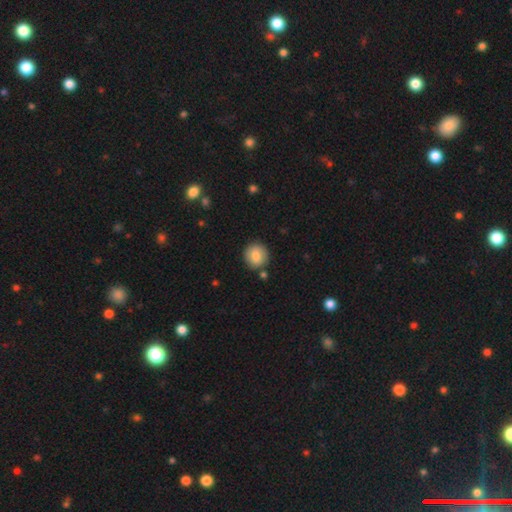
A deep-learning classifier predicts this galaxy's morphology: A smooth galaxy with no disk features (83%) that is round (91%).

Vote fractions:
- Smooth or featured? smooth: 83% / featured or disk: 10% / star or artifact: 8%
- How rounded? round: 91% / in between: 8% / cigar-shaped: 1%
- Merging? none: 85% / minor disturbance: 8% / merger: 4% / major disturbance: 2%